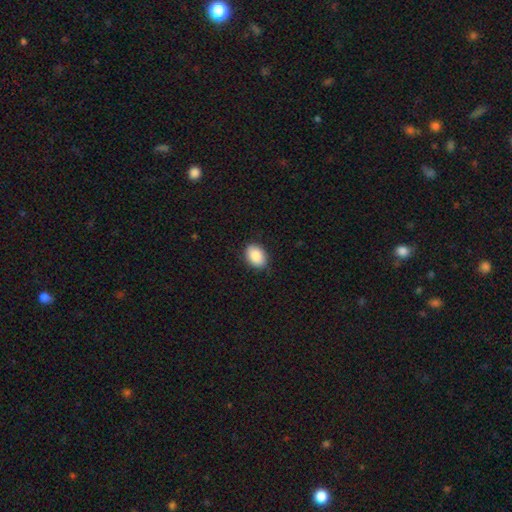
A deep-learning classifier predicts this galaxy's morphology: smooth 90%, star or artifact 7%, featured or disk 4%. Down the decision tree: how rounded — in between (82%); merging — none (87%).